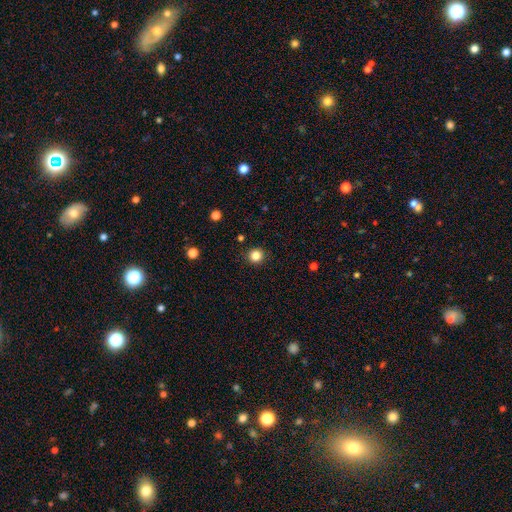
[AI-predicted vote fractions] Smooth or featured? Predicted: smooth (p=0.84). How rounded? Predicted: round (p=0.93). Merging? Predicted: none (p=0.92).